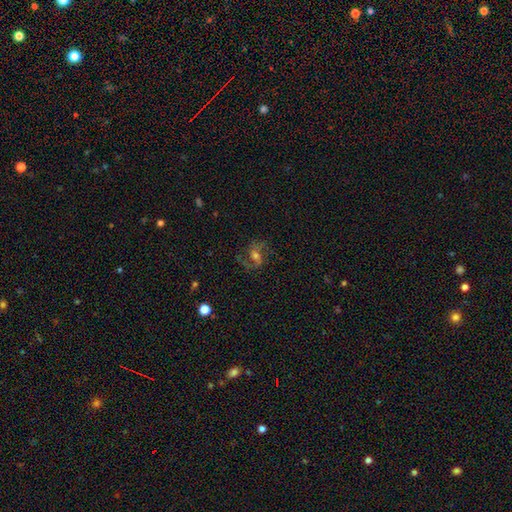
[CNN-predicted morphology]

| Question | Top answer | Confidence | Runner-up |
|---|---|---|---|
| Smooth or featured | featured or disk | 76% | smooth (13%) |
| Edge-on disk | no | 97% | yes (3%) |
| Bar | weak | 45% | no (34%) |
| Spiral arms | yes | 93% | no (7%) |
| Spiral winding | medium | 48% | loose (41%) |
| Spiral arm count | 2 | 87% | can't tell (5%) |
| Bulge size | moderate | 59% | small (31%) |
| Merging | none | 72% | minor disturbance (15%) |